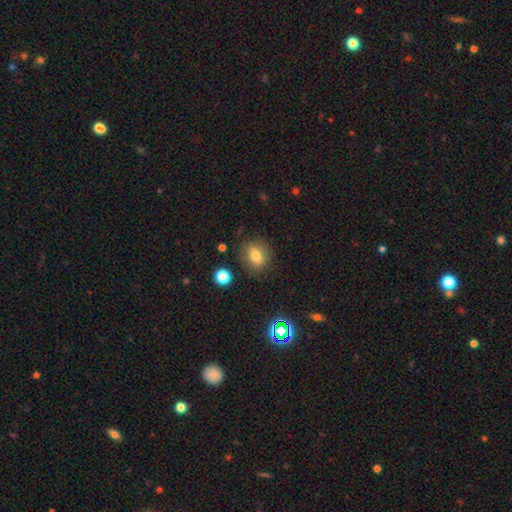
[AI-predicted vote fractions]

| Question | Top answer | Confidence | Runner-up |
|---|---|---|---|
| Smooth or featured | smooth | 78% | star or artifact (13%) |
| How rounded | round | 56% | in between (43%) |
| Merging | none | 82% | minor disturbance (12%) |